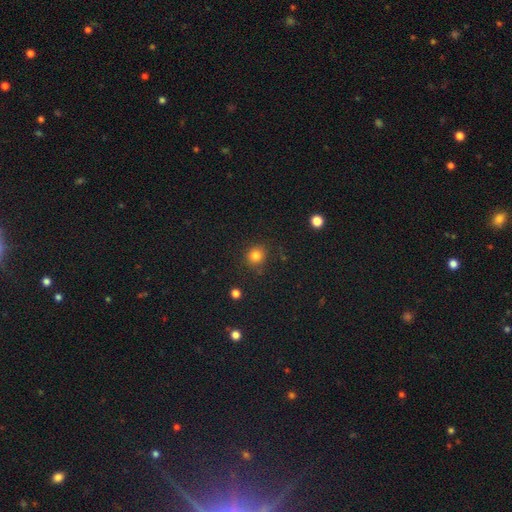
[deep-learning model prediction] Smooth or featured: smooth — 81% (star or artifact — 13%)
How rounded: round — 87% (in between — 12%)
Merging: none — 83% (minor disturbance — 11%)